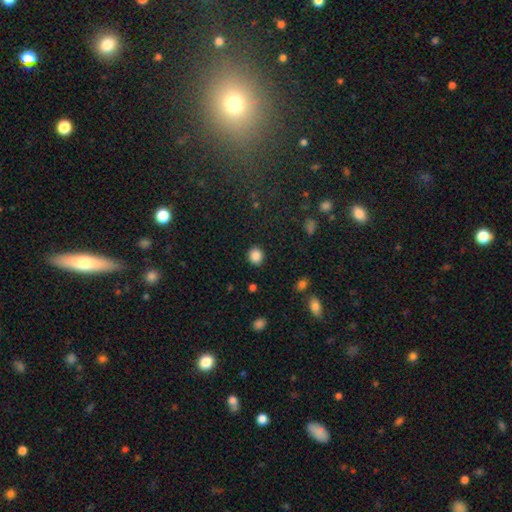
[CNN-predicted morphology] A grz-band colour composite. It shows a smooth galaxy with no disk features (86%) that is round (84%). Merging: none (90%).